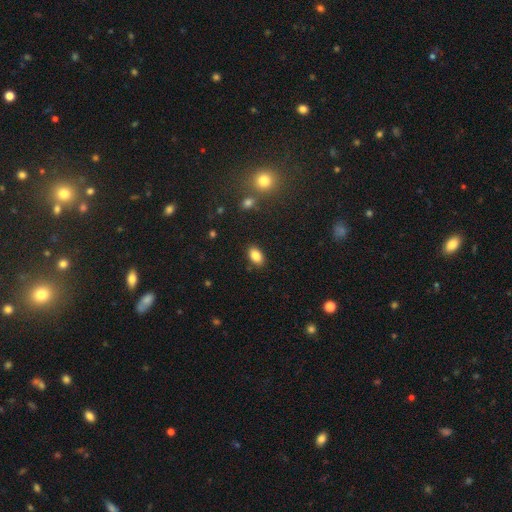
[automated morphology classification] smooth-or-featured: smooth: 85% | star or artifact: 9% | featured or disk: 6%
  how-rounded: in between: 89% | round: 9% | cigar-shaped: 2%
  merging: none: 87% | minor disturbance: 9% | major disturbance: 2% | merger: 2%